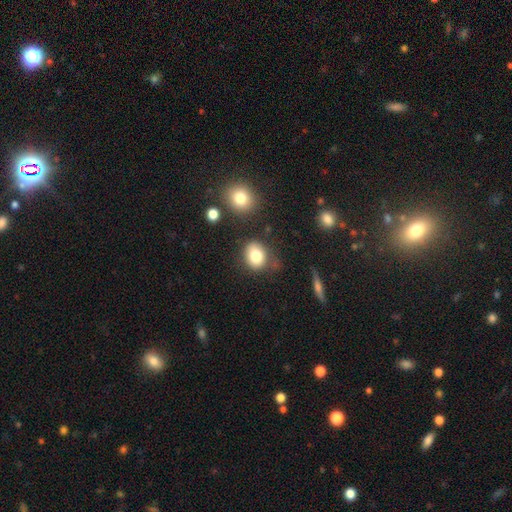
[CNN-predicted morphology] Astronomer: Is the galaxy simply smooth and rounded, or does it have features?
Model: smooth — 82%.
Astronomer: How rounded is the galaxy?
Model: round — 52% (runner-up: in between, 47%).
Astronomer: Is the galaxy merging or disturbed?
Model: none — 69%.